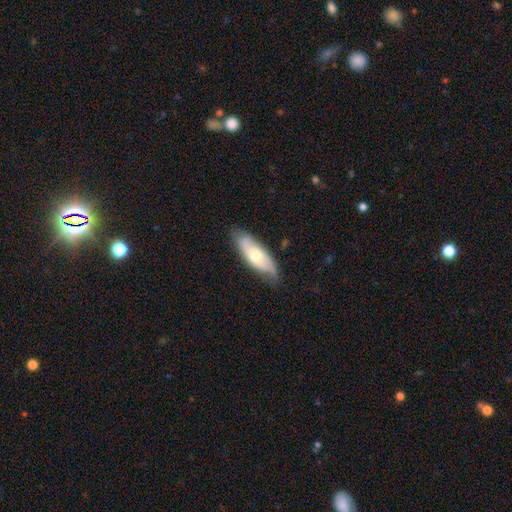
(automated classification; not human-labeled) smooth-or-featured: featured or disk: 48% | smooth: 46% | star or artifact: 6%
  merging: none: 74% | minor disturbance: 21% | major disturbance: 4% | merger: 1%